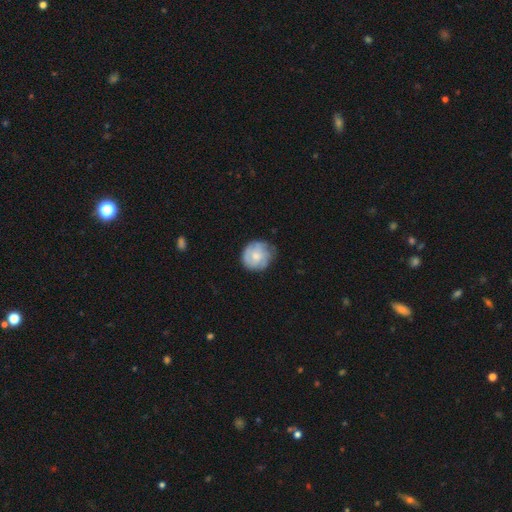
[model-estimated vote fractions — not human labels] A smooth galaxy with no disk features (51%) that is round (86%). Merging: none (66%).